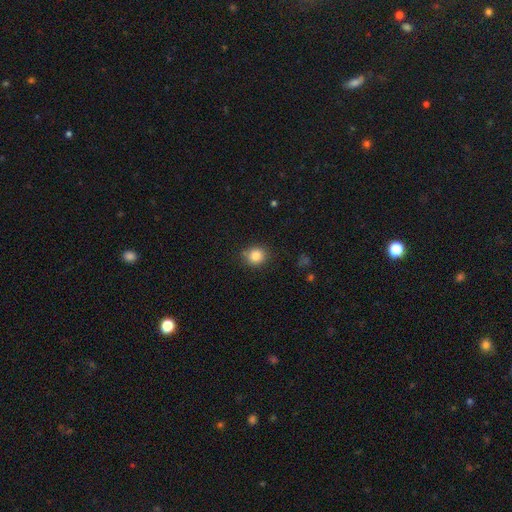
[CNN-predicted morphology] Smooth or featured?
  - smooth: 84% *
  - star or artifact: 11%
  - featured or disk: 5%
How rounded?
  - round: 84% *
  - in between: 15%
  - cigar-shaped: 1%
Merging?
  - none: 85% *
  - minor disturbance: 10%
  - major disturbance: 3%
  - merger: 2%